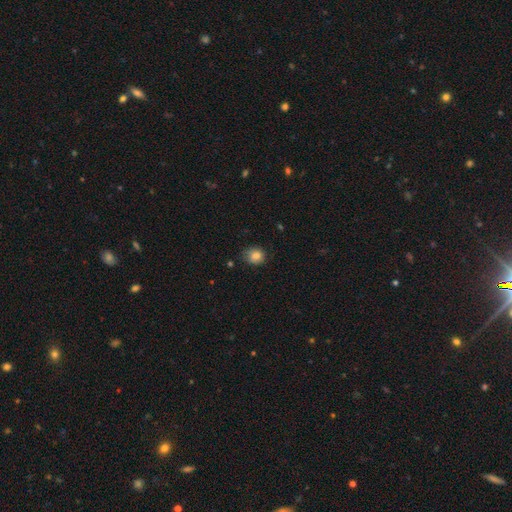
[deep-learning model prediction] Morphology: type=smooth (82%); roundness=round (68%); merging=none (68%).